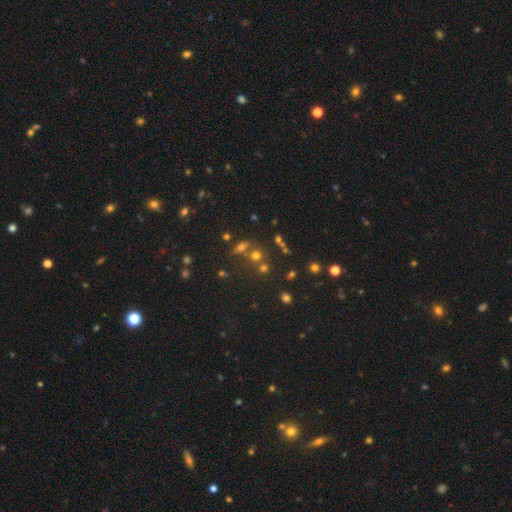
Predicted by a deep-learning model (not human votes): smooth 49%, star or artifact 37%, featured or disk 14%. Down the decision tree: merging — none (59%).